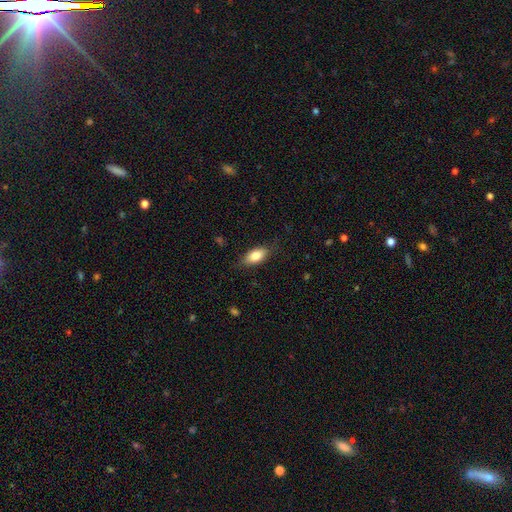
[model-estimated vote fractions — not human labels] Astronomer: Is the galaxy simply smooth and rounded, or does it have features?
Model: smooth — 80%.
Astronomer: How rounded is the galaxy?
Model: in between — 87%.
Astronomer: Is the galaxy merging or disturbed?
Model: none — 79%.